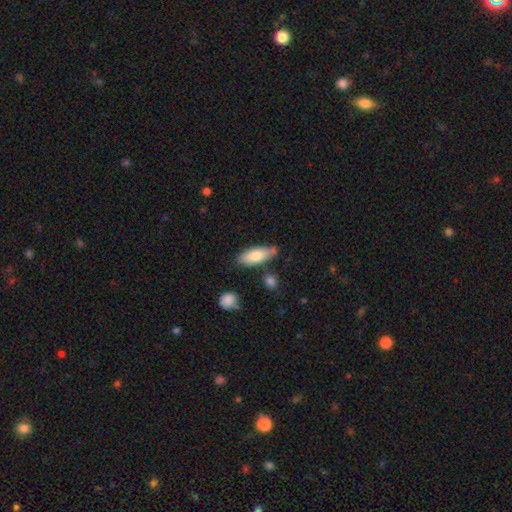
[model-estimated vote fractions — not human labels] smooth-or-featured: smooth: 74% | featured or disk: 20% | star or artifact: 6%
  how-rounded: in between: 74% | cigar-shaped: 24% | round: 3%
  merging: none: 72% | minor disturbance: 17% | merger: 8% | major disturbance: 3%